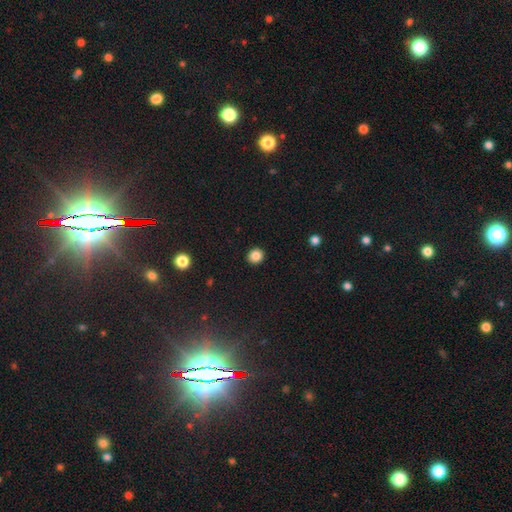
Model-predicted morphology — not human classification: smooth 85%, star or artifact 11%, featured or disk 4%. Down the decision tree: how rounded — round (86%); merging — none (92%).